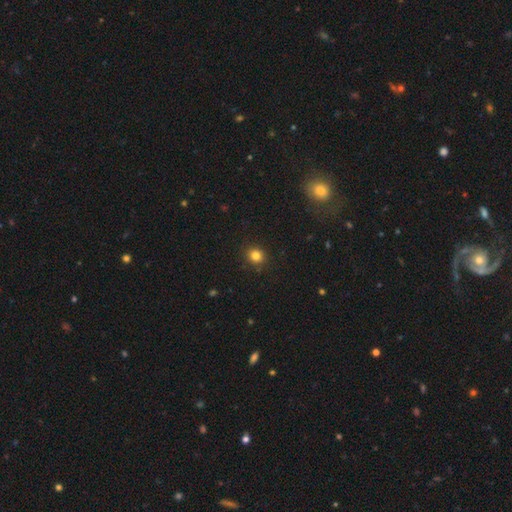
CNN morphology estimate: type=smooth (83%); roundness=round (84%); merging=none (90%).